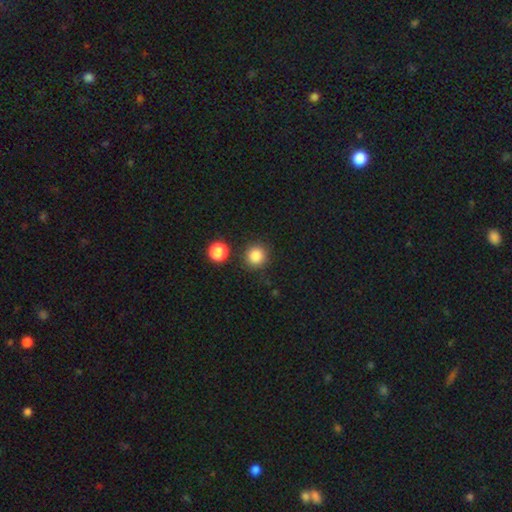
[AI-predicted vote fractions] Smooth or featured?
  - smooth: 85% *
  - star or artifact: 11%
  - featured or disk: 4%
How rounded?
  - round: 92% *
  - in between: 7%
  - cigar-shaped: 1%
Merging?
  - none: 85% *
  - minor disturbance: 7%
  - merger: 5%
  - major disturbance: 3%